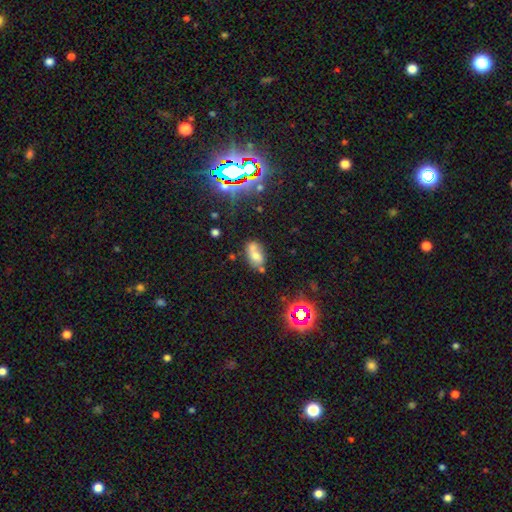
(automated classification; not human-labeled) Overall: smooth (58%; featured or disk 25%). How rounded: in between (84%). Merging: none (43%; merger 31%).